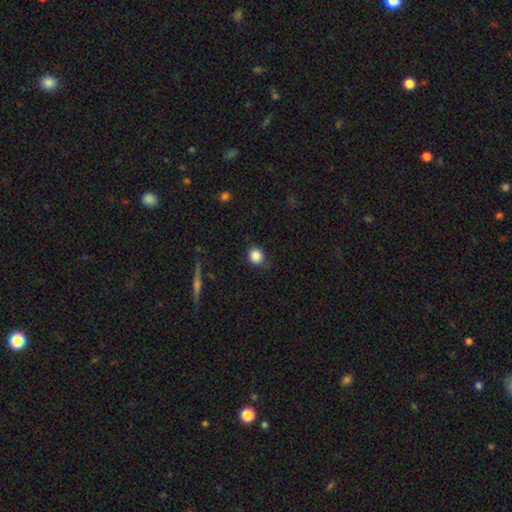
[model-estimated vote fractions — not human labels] Morphology: type=smooth (86%); roundness=round (85%); merging=none (81%).